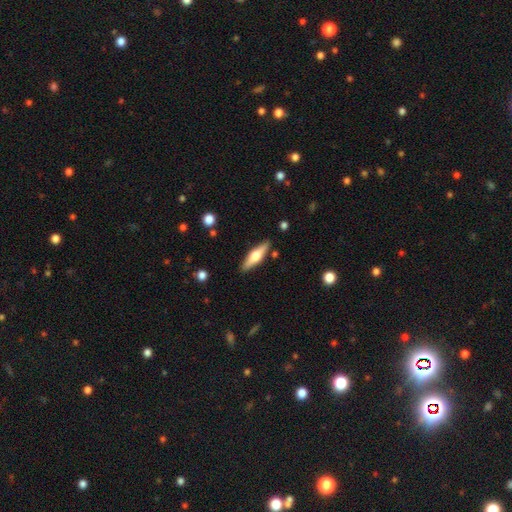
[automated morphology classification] Smooth or featured? Predicted: featured or disk (p=0.54). Edge-on disk? Predicted: yes (p=0.94). Edge-on bulge? Predicted: rounded (p=0.93). Merging? Predicted: none (p=0.88).